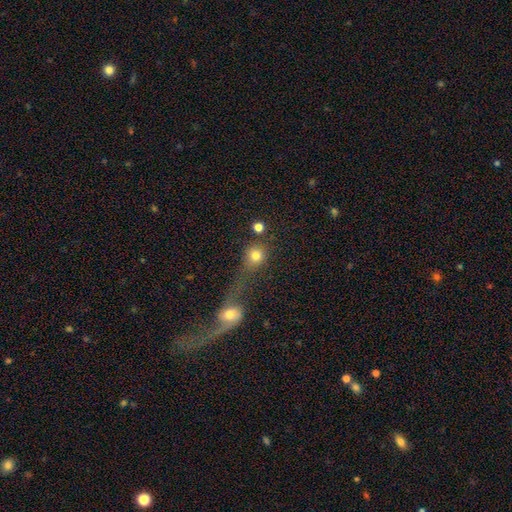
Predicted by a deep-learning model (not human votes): smooth_or_featured: smooth (p=0.78) [alt: star or artifact p=0.12]
how_rounded: round (p=0.83) [alt: in between p=0.15]
merging: merger (p=0.41) [alt: none p=0.40]